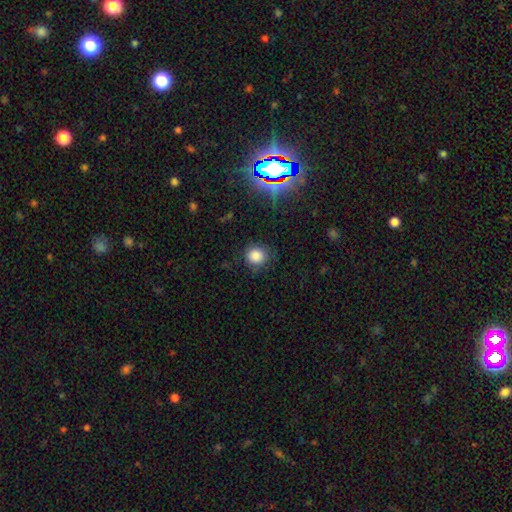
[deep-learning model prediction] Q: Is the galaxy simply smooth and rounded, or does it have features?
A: smooth — 83%.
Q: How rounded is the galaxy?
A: round — 87%.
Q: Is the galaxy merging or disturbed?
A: none — 81%.